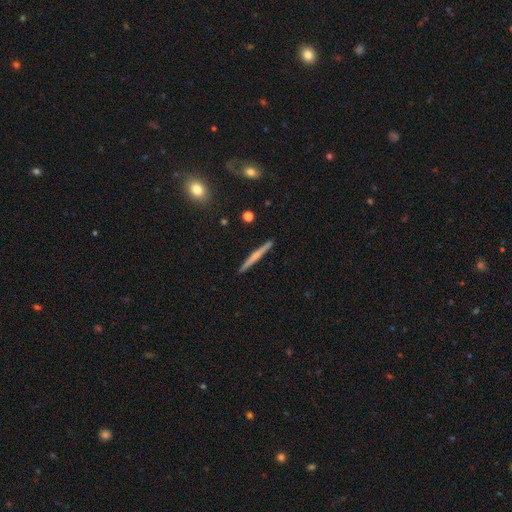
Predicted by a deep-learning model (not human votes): smooth-or-featured: featured or disk: 56% | smooth: 38% | star or artifact: 6%
  disk-edge-on: yes: 98% | no: 2%
    edge-on-bulge: rounded: 48% | none: 43% | boxy: 9%
  merging: none: 91% | minor disturbance: 6% | merger: 1% | major disturbance: 1%